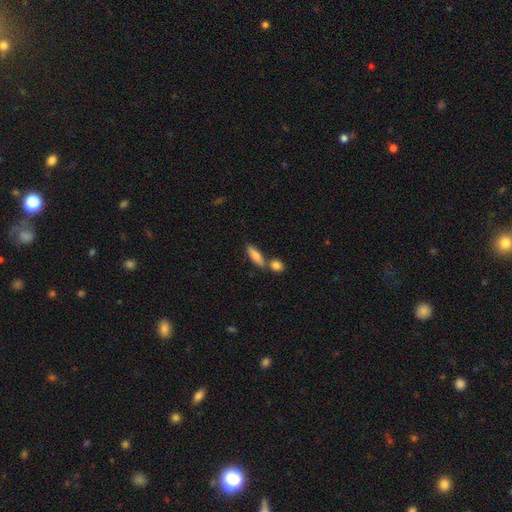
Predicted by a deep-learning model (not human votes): This is likely a smooth galaxy (79%). How rounded: possibly in between (53%). Merging: possibly none (60%).